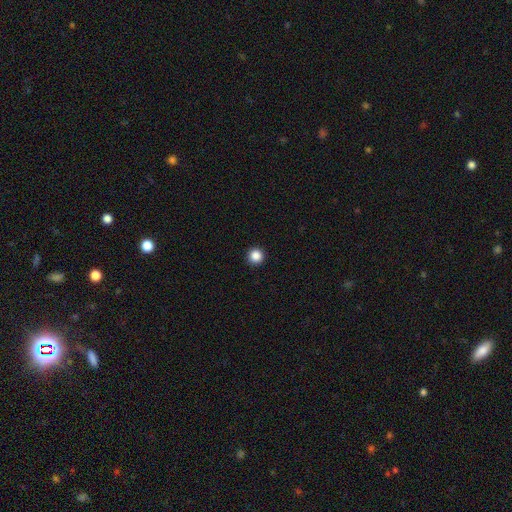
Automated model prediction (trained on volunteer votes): Overall: smooth (86%). How rounded: round (96%). Merging: none (94%).